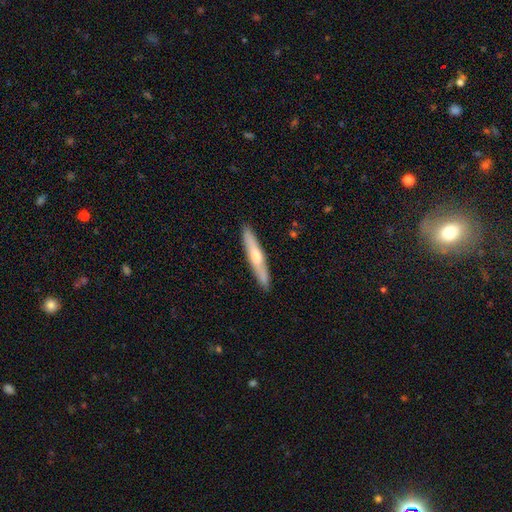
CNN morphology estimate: Q: Smooth or featured?
A: featured or disk (47%); tied with: smooth (47%)
Q: Merging?
A: none (89%); runner-up: minor disturbance (8%)